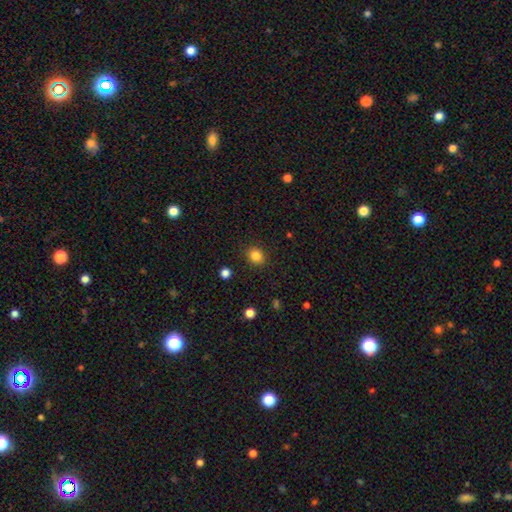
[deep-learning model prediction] This appears to be a smooth galaxy with no disk features (85%) that is round (62%). Merging: none (88%).